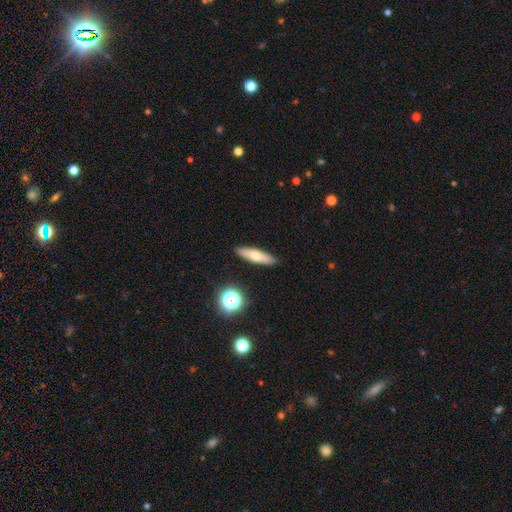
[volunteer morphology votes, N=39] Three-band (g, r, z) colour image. It shows a smooth galaxy with no disk features (69%) that is cigar-shaped (56%). Merging: none (94%).